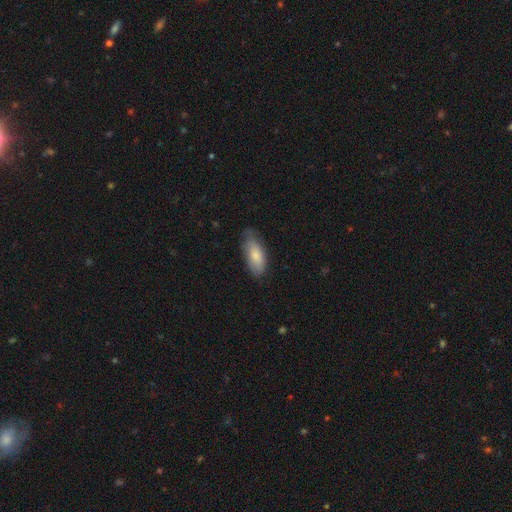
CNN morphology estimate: type=smooth (78%); roundness=in between (82%); merging=none (64%).